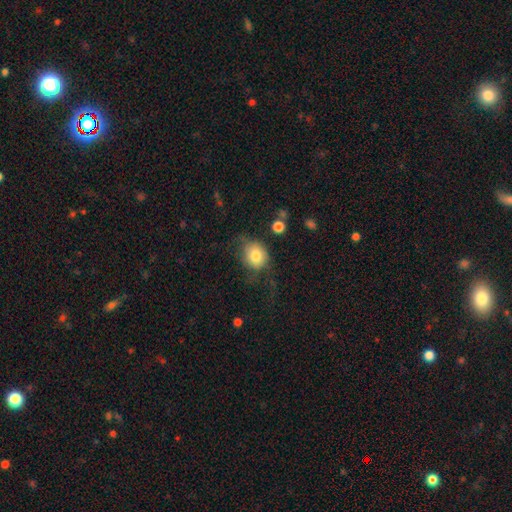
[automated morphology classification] A smooth galaxy with no disk features (79%) that is round (70%). Merging: none (49%).